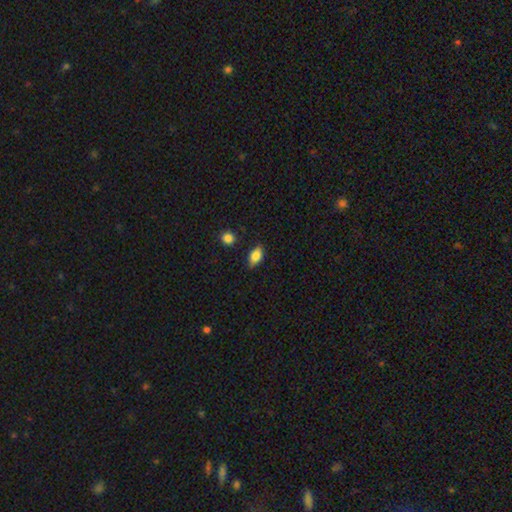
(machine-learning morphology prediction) A smooth galaxy with no disk features (81%) that is in between round and cigar-shaped (85%). Merging: none (78%).